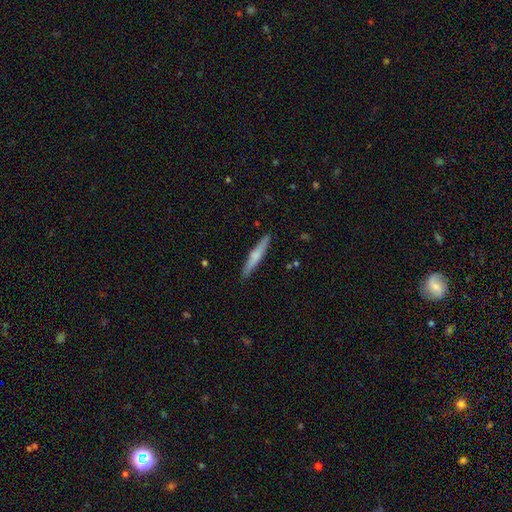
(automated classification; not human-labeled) Overall: smooth (54%; featured or disk 40%). How rounded: cigar-shaped (93%). Merging: none (90%).